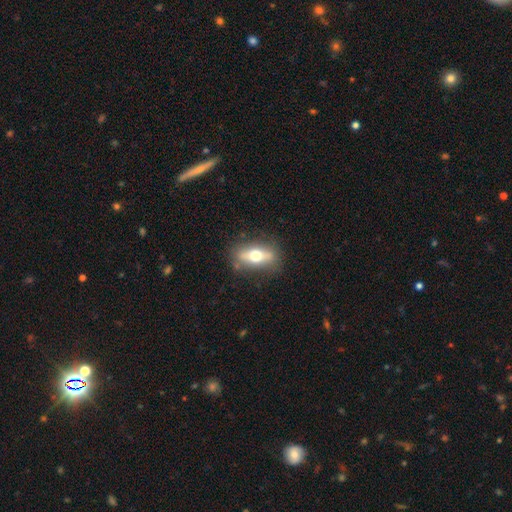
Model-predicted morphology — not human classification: smooth-or-featured: smooth: 55% | featured or disk: 38% | star or artifact: 7%
  how-rounded: in between: 70% | cigar-shaped: 22% | round: 8%
  merging: none: 81% | minor disturbance: 13% | major disturbance: 4% | merger: 2%